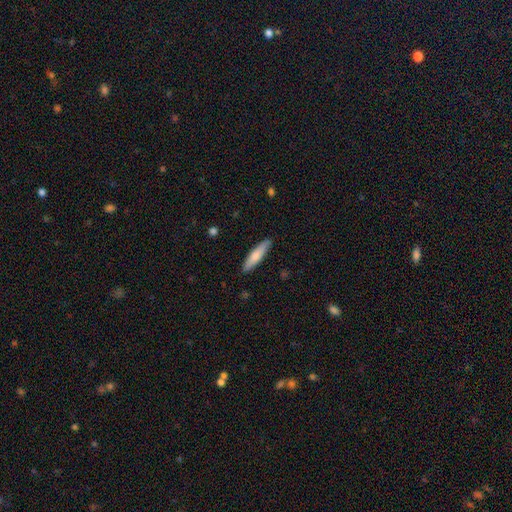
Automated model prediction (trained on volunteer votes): The model was most divided on "smooth or featured": smooth: 72%, featured or disk: 22%, star or artifact: 5%. More confident: merging — none (89%); how rounded — cigar-shaped (79%).